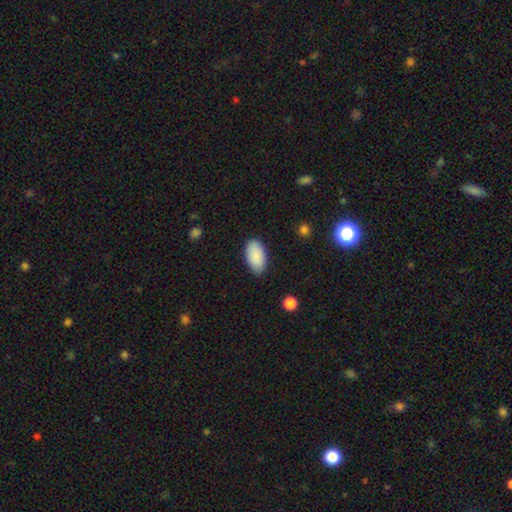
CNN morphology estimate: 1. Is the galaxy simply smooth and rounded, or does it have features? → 89% smooth, 6% star or artifact, 5% featured or disk.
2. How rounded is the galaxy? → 95% in between, 3% round, 2% cigar-shaped.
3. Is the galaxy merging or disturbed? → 83% none, 13% minor disturbance, 3% major disturbance, 1% merger.